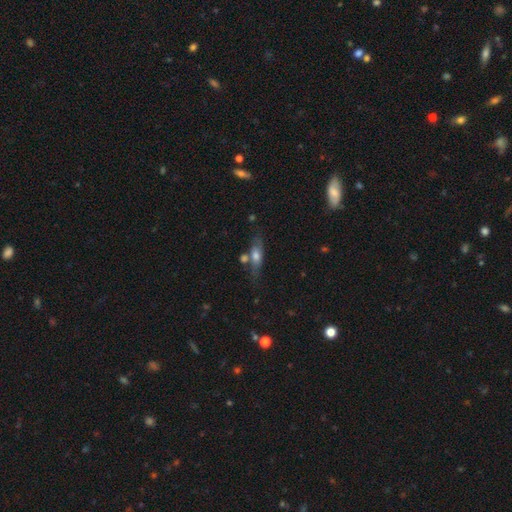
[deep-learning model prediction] This is possibly a smooth galaxy (59%). How rounded: possibly in between (55%). Merging: possibly none (59%).